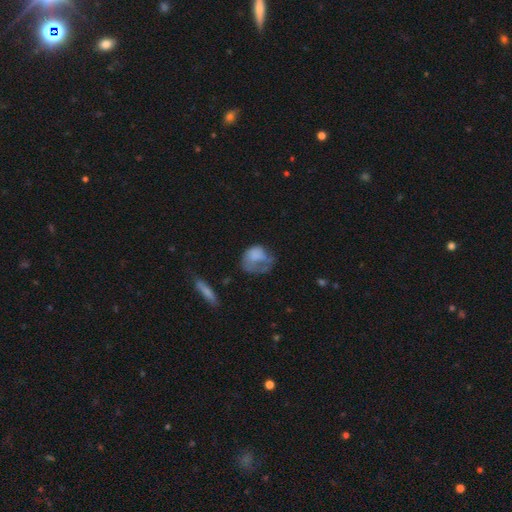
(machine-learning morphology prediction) Smooth or featured? smooth (59%)
How rounded? round (51%)
Merging? major disturbance (48%)